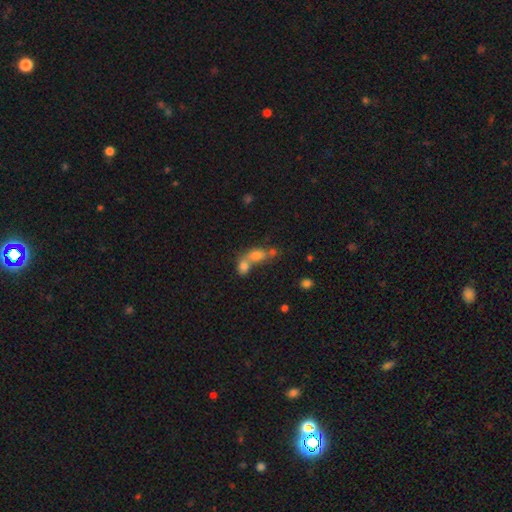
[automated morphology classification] Smooth or featured?
  - smooth: 65% *
  - featured or disk: 20%
  - star or artifact: 15%
How rounded?
  - in between: 61% *
  - round: 32%
  - cigar-shaped: 7%
Merging?
  - merger: 68% *
  - none: 20%
  - minor disturbance: 6%
  - major disturbance: 5%